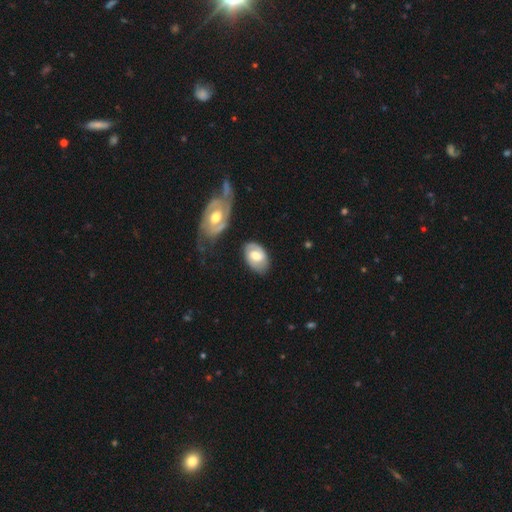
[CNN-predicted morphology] Q: Smooth or featured?
A: featured or disk (50%); runner-up: smooth (44%)
Q: Merging?
A: none (68%); runner-up: minor disturbance (19%)